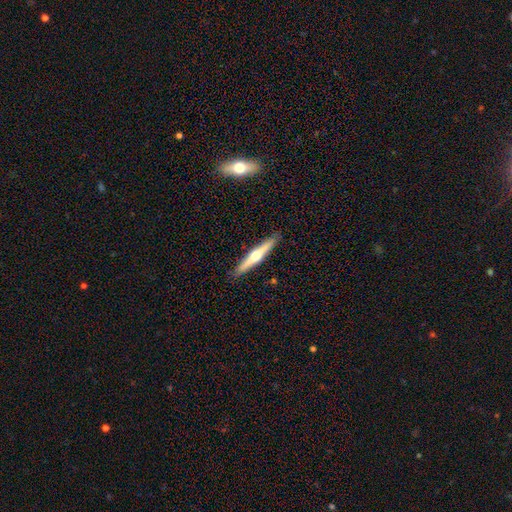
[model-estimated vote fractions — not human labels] A featured or disk galaxy (60%) viewed edge-on (97%) with a rounded central bulge (90%).

Vote fractions:
- Smooth or featured? featured or disk: 60% / smooth: 35% / star or artifact: 5%
- Edge-on disk? yes: 97% / no: 3%
- Edge-on bulge? rounded: 90% / none: 7% / boxy: 3%
- Merging? none: 91% / minor disturbance: 7% / major disturbance: 1% / merger: 1%